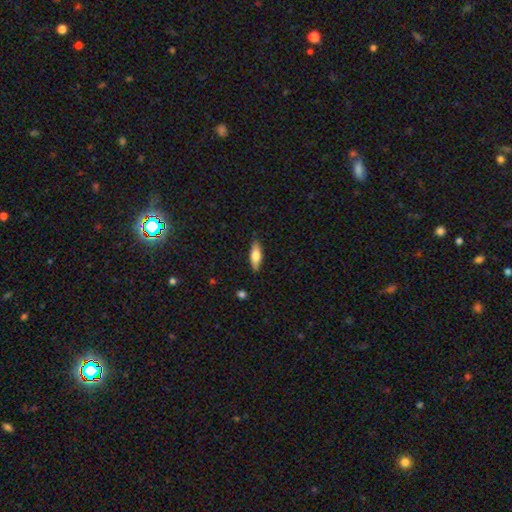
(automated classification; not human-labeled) The model was most divided on "how rounded": in between: 65%, cigar-shaped: 33%, round: 2%. More confident: merging — none (87%); smooth or featured — smooth (70%).